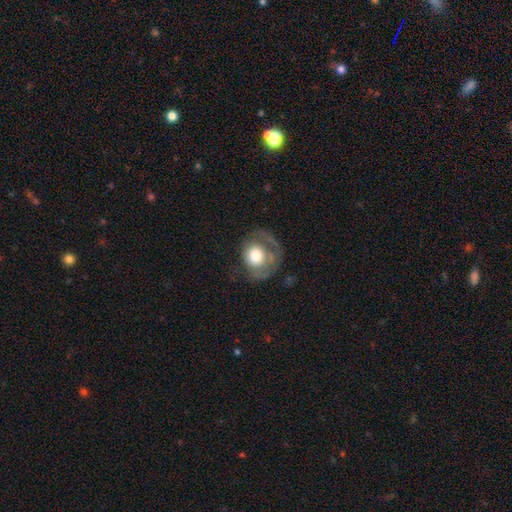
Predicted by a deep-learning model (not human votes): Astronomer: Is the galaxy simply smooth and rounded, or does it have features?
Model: smooth — 54% (runner-up: featured or disk, 38%).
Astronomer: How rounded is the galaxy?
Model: round — 76%.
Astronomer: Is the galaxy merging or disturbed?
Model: none — 39% (runner-up: major disturbance, 34%).